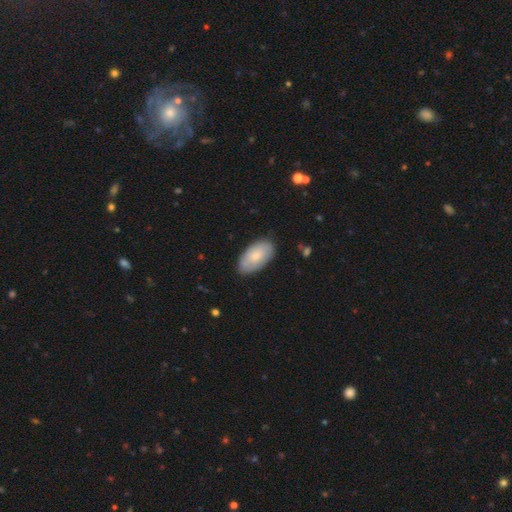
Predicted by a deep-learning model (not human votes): This appears to be a smooth galaxy with no disk features (74%) that is in between round and cigar-shaped (95%). Merging: none (78%).